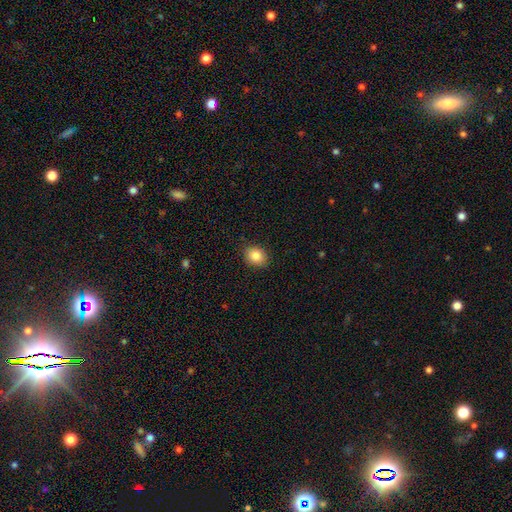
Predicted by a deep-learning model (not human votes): Smooth or featured: smooth — 86% (star or artifact — 9%)
How rounded: in between — 52% (round — 47%)
Merging: none — 88% (minor disturbance — 9%)